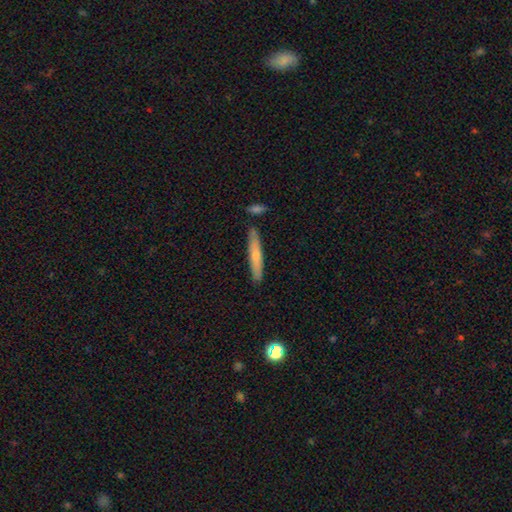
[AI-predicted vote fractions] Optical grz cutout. It shows a smooth galaxy with no disk features (58%) that is cigar-shaped (91%). Merging: none (83%).